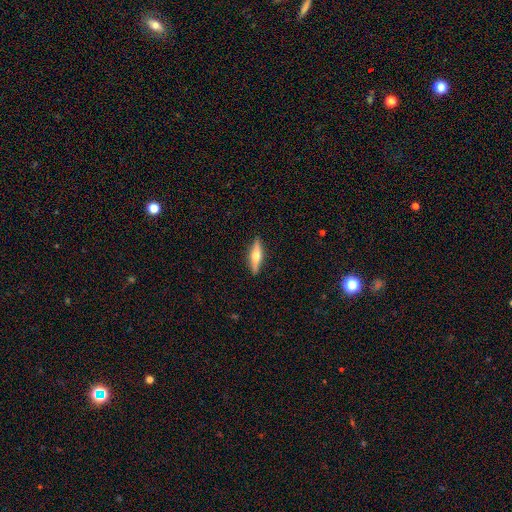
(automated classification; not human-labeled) featured or disk 53%, smooth 42%, star or artifact 6%. Down the decision tree: edge-on disk — yes (93%); merging — none (90%).